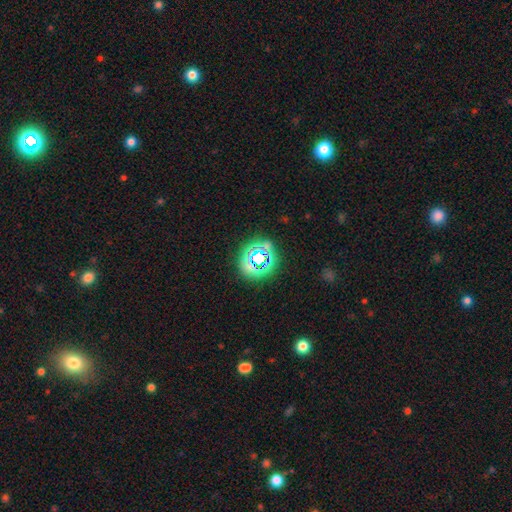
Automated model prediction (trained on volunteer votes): smooth-or-featured: star or artifact: 53% | smooth: 33% | featured or disk: 14%